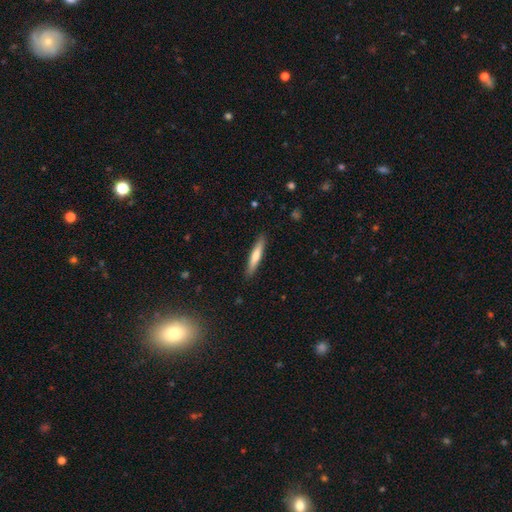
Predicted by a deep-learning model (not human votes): Smooth or featured? smooth (66%)
How rounded? cigar-shaped (91%)
Merging? none (90%)